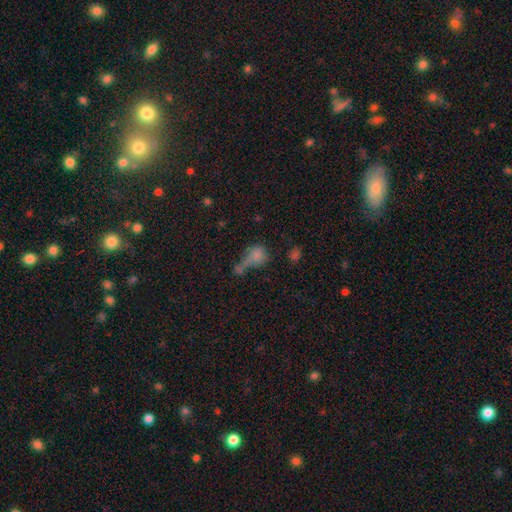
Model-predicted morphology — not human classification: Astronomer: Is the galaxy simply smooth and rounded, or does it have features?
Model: smooth — 70%.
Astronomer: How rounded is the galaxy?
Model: round — 51% (runner-up: in between, 45%).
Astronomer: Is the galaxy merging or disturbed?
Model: merger — 40% (runner-up: none, 25%).